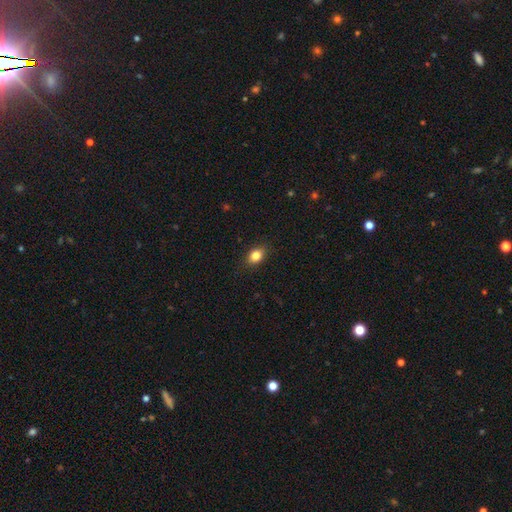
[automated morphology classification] This appears to be a smooth galaxy with no disk features (84%) that is in between round and cigar-shaped (69%). Merging: none (87%).